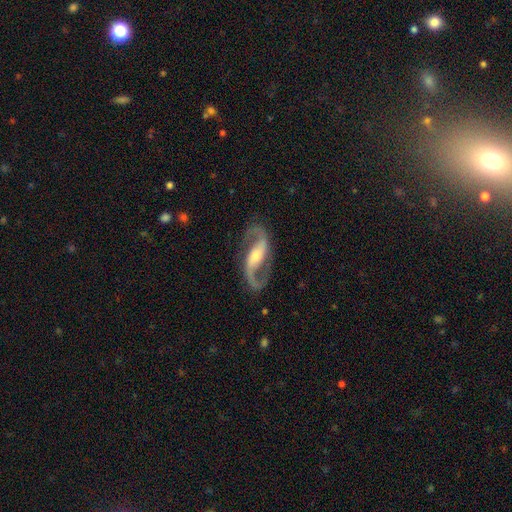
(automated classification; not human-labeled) Smooth or featured?
  - featured or disk: 92% *
  - star or artifact: 4%
  - smooth: 4%
Edge-on disk?
  - no: 97% *
  - yes: 3%
Bar?
  - strong: 39% *
  - weak: 37%
  - no: 24%
Spiral arms?
  - yes: 98% *
  - no: 2%
Spiral winding?
  - loose: 47% *
  - medium: 44%
  - tight: 9%
Spiral arm count?
  - 2: 94% *
  - 1: 2%
  - can't tell: 1%
  - 3: 1%
  - 4: 1%
  - more than 4: 1%
Bulge size?
  - moderate: 48% *
  - small: 42%
  - large: 6%
  - none: 3%
  - dominant: 1%
Merging?
  - none: 84% *
  - minor disturbance: 10%
  - major disturbance: 5%
  - merger: 1%